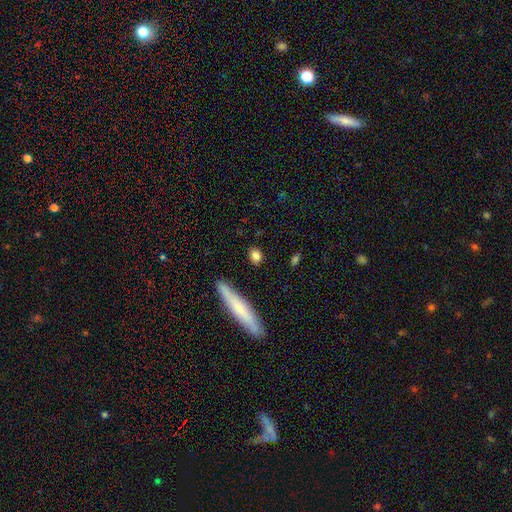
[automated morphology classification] smooth_or_featured: smooth (p=0.83) [alt: featured or disk p=0.09]
how_rounded: in between (p=0.46) [alt: round p=0.41]
merging: none (p=0.85) [alt: minor disturbance p=0.10]